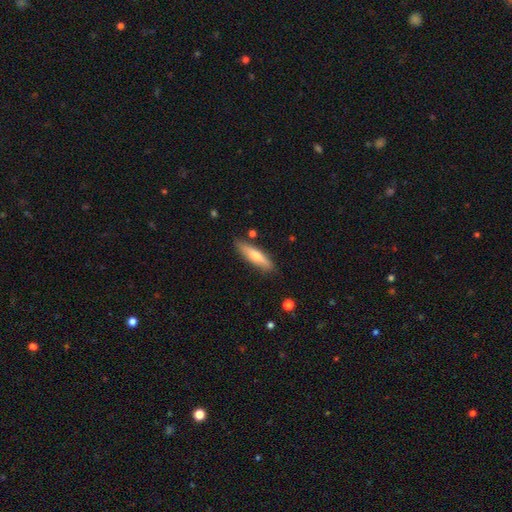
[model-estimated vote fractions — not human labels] Smooth or featured?
  - smooth: 59% *
  - featured or disk: 35%
  - star or artifact: 6%
How rounded?
  - cigar-shaped: 74% *
  - in between: 25%
  - round: 2%
Merging?
  - none: 85% *
  - minor disturbance: 11%
  - merger: 2%
  - major disturbance: 2%